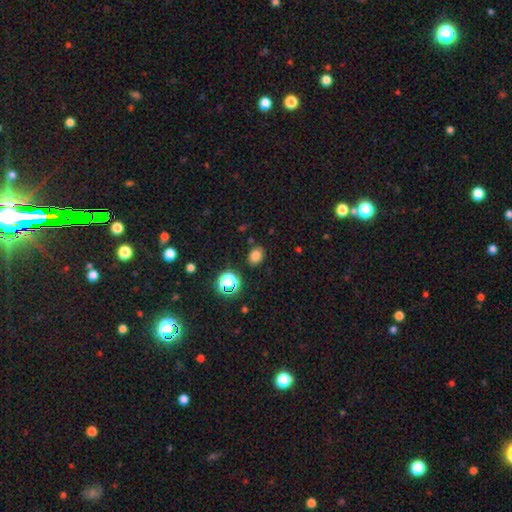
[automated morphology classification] smooth-or-featured: smooth: 78% | star or artifact: 16% | featured or disk: 6%
  how-rounded: in between: 53% | round: 46% | cigar-shaped: 1%
  merging: none: 85% | minor disturbance: 10% | major disturbance: 3% | merger: 3%